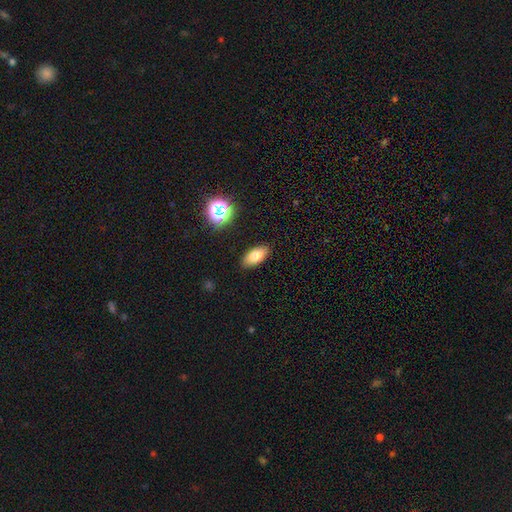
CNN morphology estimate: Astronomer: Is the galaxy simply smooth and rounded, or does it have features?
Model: smooth — 77%.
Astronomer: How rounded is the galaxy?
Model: in between — 88%.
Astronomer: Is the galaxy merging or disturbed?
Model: none — 88%.